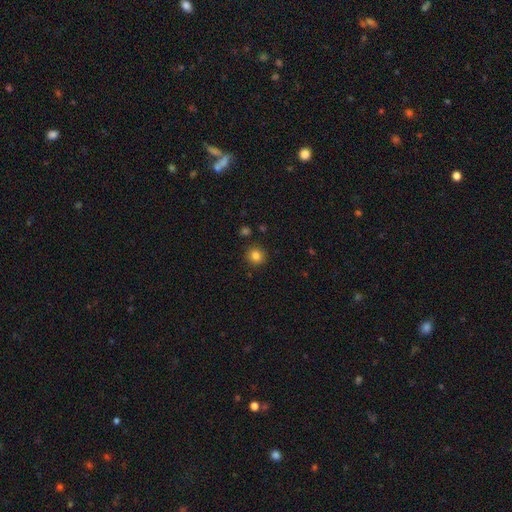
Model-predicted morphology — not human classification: The model was most divided on "smooth or featured": smooth: 83%, star or artifact: 12%, featured or disk: 5%. More confident: how rounded — round (92%); merging — none (89%).